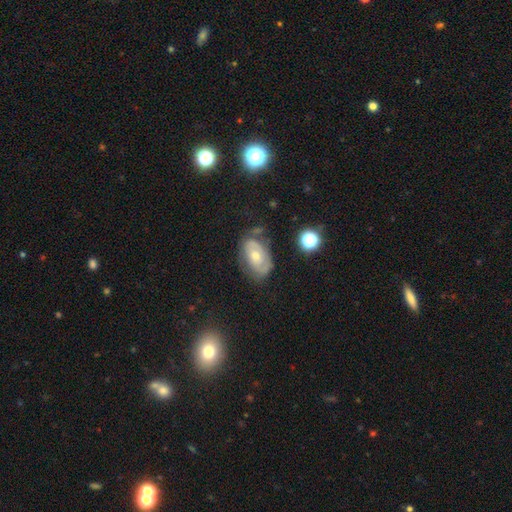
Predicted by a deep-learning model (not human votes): Smooth or featured?
  - featured or disk: 60% *
  - smooth: 29%
  - star or artifact: 11%
Edge-on disk?
  - no: 93% *
  - yes: 7%
Bar?
  - no: 71% *
  - weak: 23%
  - strong: 6%
Spiral arms?
  - yes: 68% *
  - no: 32%
Bulge size?
  - moderate: 55% *
  - small: 40%
  - large: 3%
  - none: 2%
  - dominant: 1%
Merging?
  - none: 63% *
  - minor disturbance: 24%
  - major disturbance: 10%
  - merger: 3%